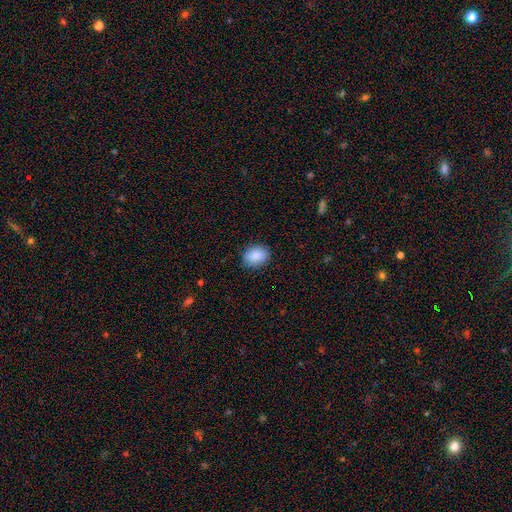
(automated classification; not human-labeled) Smooth or featured? smooth (88%)
How rounded? in between (58%)
Merging? none (86%)